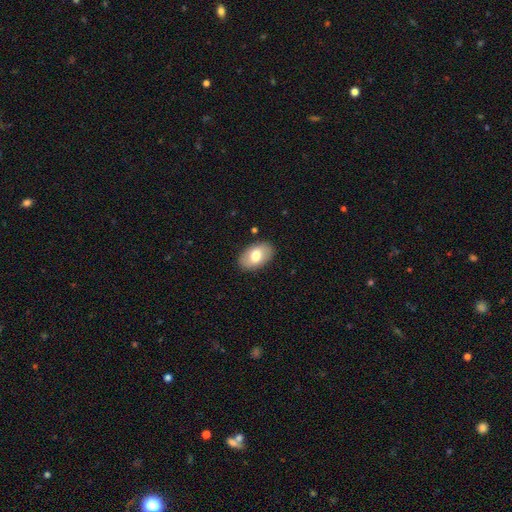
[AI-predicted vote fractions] Smooth or featured?
  - smooth: 72% *
  - featured or disk: 22%
  - star or artifact: 6%
How rounded?
  - in between: 92% *
  - round: 7%
  - cigar-shaped: 1%
Merging?
  - none: 88% *
  - minor disturbance: 9%
  - major disturbance: 2%
  - merger: 1%